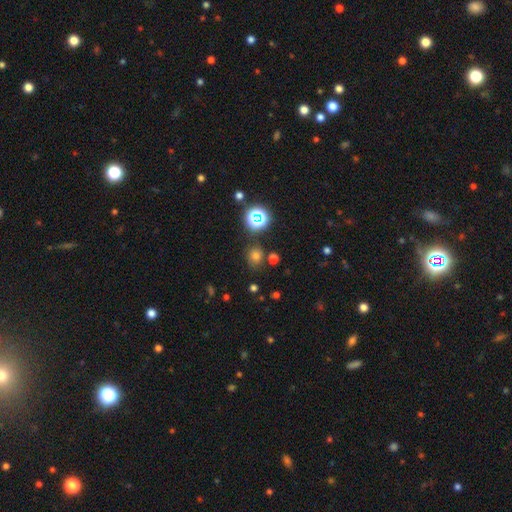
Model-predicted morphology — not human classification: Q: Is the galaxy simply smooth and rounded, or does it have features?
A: smooth — 65%.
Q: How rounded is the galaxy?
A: round — 74%.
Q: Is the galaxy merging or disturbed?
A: none — 74%.